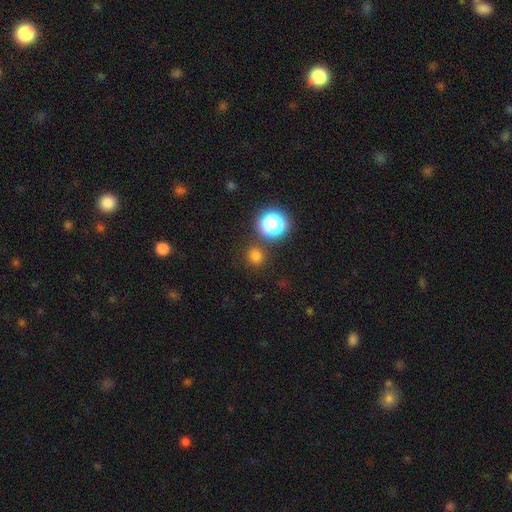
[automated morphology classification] Smooth or featured: smooth — 72% (star or artifact — 24%)
How rounded: round — 92% (in between — 7%)
Merging: none — 84% (minor disturbance — 7%)